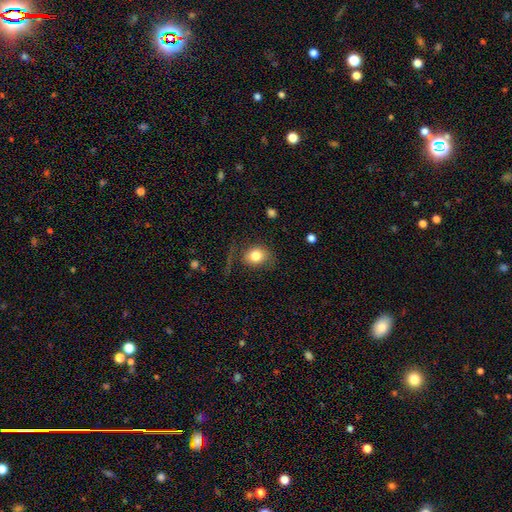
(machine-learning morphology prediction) Smooth or featured: smooth — 78% (featured or disk — 12%)
How rounded: round — 57% (in between — 41%)
Merging: none — 60% (minor disturbance — 19%)